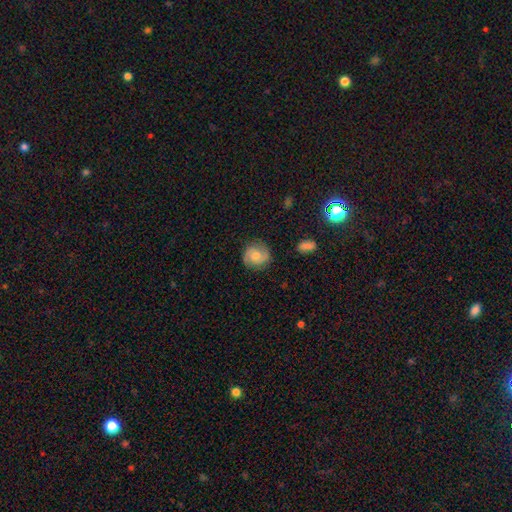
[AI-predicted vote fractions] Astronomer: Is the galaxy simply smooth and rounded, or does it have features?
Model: featured or disk — 57% (runner-up: smooth, 34%).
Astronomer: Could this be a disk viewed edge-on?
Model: no — 97%.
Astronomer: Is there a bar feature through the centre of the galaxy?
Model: no — 66%.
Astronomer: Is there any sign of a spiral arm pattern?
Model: yes — 90%.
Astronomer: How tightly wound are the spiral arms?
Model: tight — 44% (runner-up: medium, 42%).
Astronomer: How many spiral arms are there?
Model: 2 — 84%.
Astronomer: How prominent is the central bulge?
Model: moderate — 56% (runner-up: small, 34%).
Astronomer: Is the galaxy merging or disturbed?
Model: none — 82%.